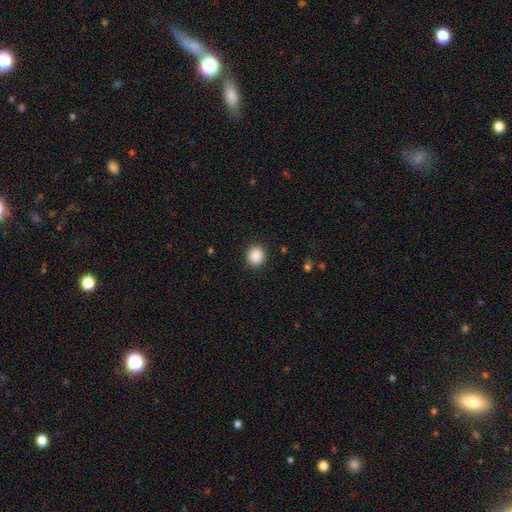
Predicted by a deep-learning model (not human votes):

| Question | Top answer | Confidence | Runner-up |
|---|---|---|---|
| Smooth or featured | smooth | 89% | star or artifact (9%) |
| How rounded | round | 82% | in between (17%) |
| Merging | none | 91% | minor disturbance (6%) |